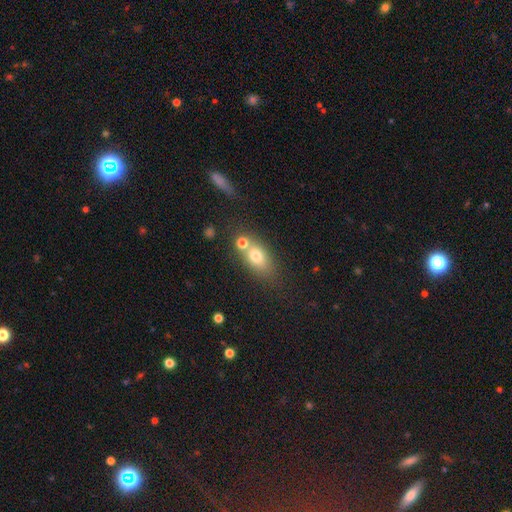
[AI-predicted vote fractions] Morphology: type=smooth (72%); roundness=in between (72%); merging=none (53%).